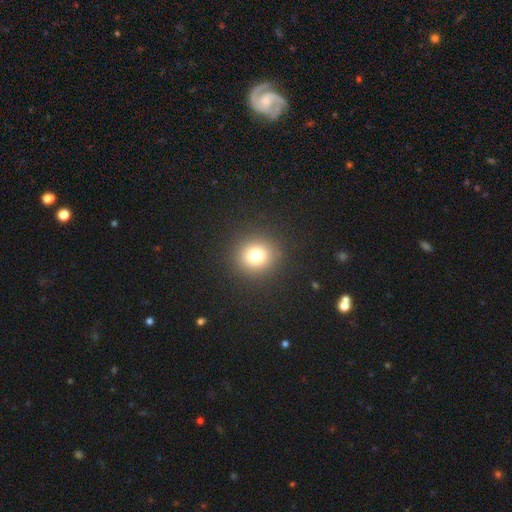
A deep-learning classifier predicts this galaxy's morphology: smooth_or_featured: smooth (p=0.77) [alt: star or artifact p=0.15]
how_rounded: round (p=0.91) [alt: in between p=0.08]
merging: none (p=0.91) [alt: minor disturbance p=0.05]